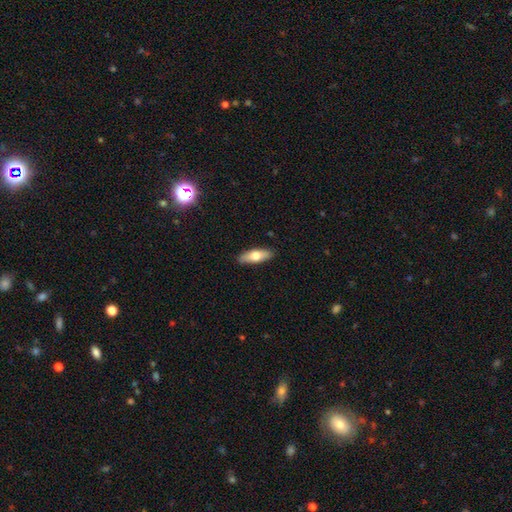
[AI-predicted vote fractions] The model was most divided on "how rounded": in between: 61%, cigar-shaped: 36%, round: 3%. More confident: merging — none (89%); smooth or featured — smooth (65%).